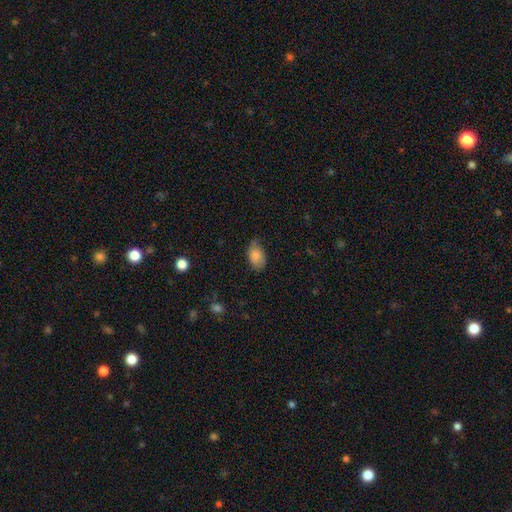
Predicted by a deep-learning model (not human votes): This is clearly a smooth galaxy (84%). How rounded: clearly in between (91%). Merging: likely none (65%).